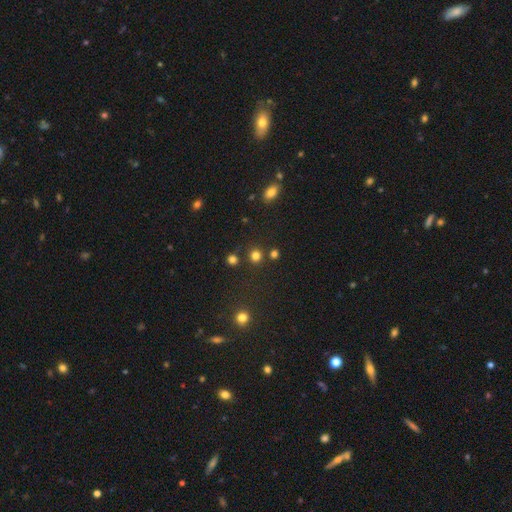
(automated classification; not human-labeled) Smooth or featured: smooth — 78% (star or artifact — 18%)
How rounded: round — 91% (in between — 8%)
Merging: none — 83% (merger — 8%)